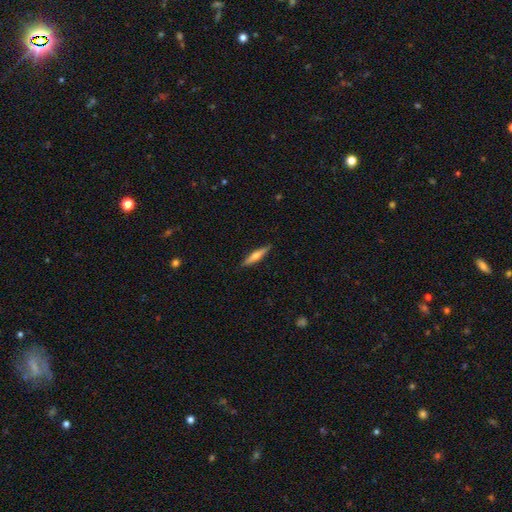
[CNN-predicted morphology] Smooth or featured? smooth (49%)
Merging? none (90%)